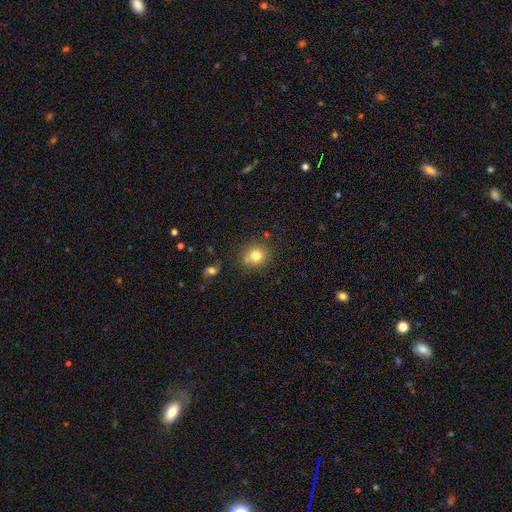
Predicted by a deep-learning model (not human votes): Smooth or featured? smooth (79%)
How rounded? round (85%)
Merging? none (75%)